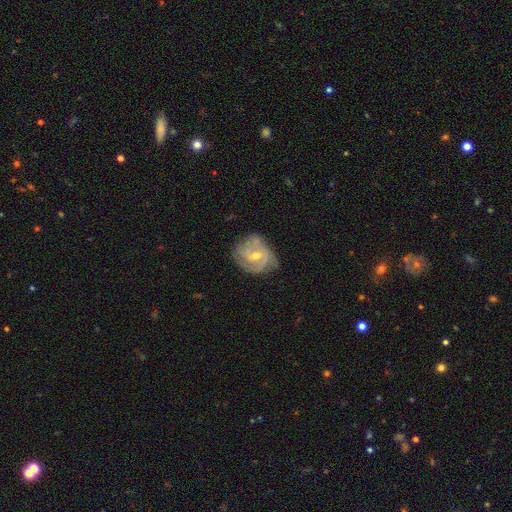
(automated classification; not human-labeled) Overall: featured or disk (75%). Edge-on disk: no (97%). Bar: weak (48%; no 39%). Spiral arms: yes (89%). Spiral arm count: 3 (31%; 2 28%). Spiral winding: tight (45%; medium 41%). Bulge size: moderate (48%, tied with small). Merging: none (65%).